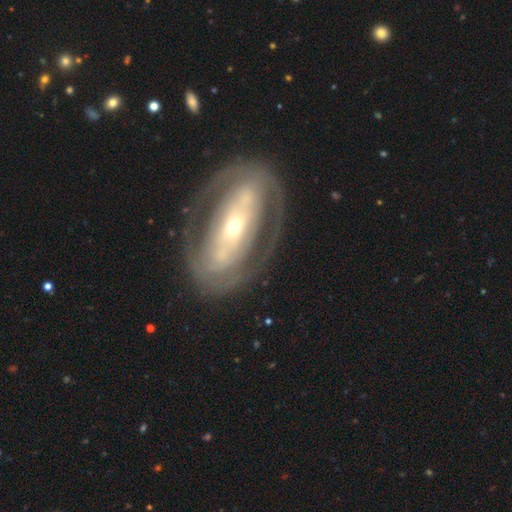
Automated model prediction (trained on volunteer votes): Q: Smooth or featured?
A: featured or disk (77%); runner-up: smooth (17%)
Q: Edge-on disk?
A: no (90%); runner-up: yes (10%)
Q: Bar?
A: strong (44%); runner-up: no (35%)
Q: Spiral arms?
A: yes (53%); runner-up: no (47%)
Q: Bulge size?
A: small (64%); runner-up: moderate (30%)
Q: Merging?
A: none (76%); runner-up: minor disturbance (13%)